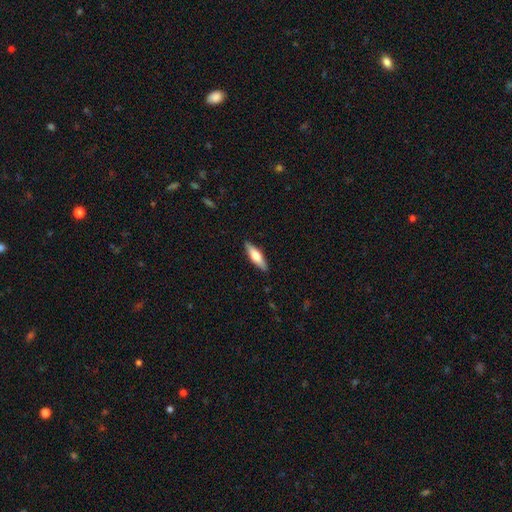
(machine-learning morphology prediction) A smooth galaxy with no disk features (60%) that is cigar-shaped (60%). Merging: none (89%).